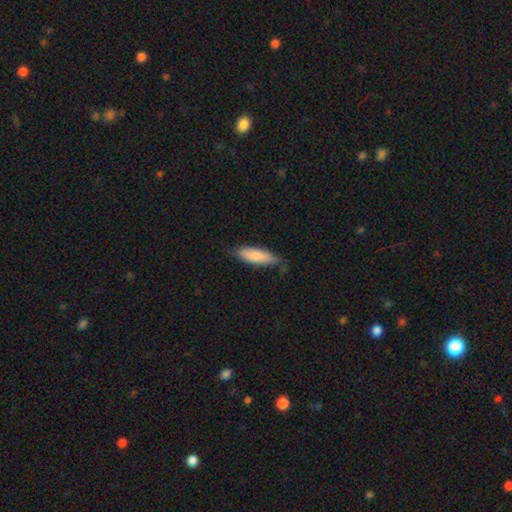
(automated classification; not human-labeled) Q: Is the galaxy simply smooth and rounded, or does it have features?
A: smooth — 83%.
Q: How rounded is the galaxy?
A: cigar-shaped — 50%.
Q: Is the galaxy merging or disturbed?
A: none — 70%.